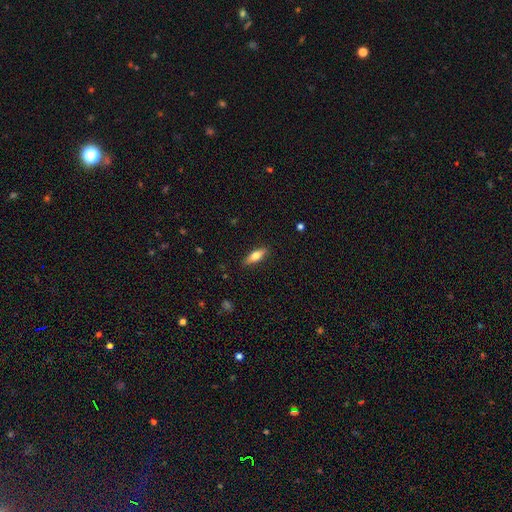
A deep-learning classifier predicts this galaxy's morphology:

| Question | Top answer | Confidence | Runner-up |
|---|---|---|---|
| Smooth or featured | smooth | 62% | featured or disk (32%) |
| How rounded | in between | 52% | cigar-shaped (46%) |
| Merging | none | 88% | minor disturbance (9%) |